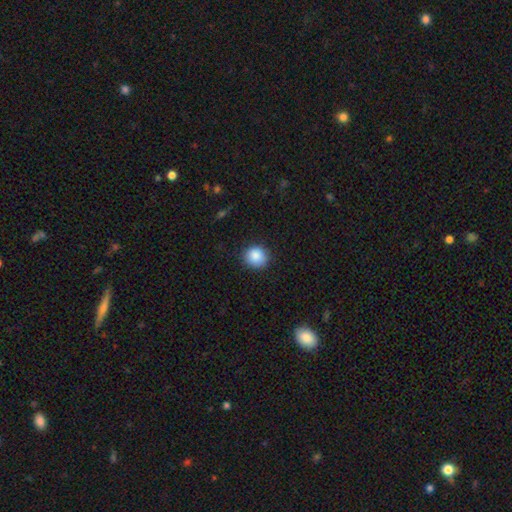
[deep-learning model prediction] Morphology: type=smooth (88%); roundness=round (87%); merging=none (86%).